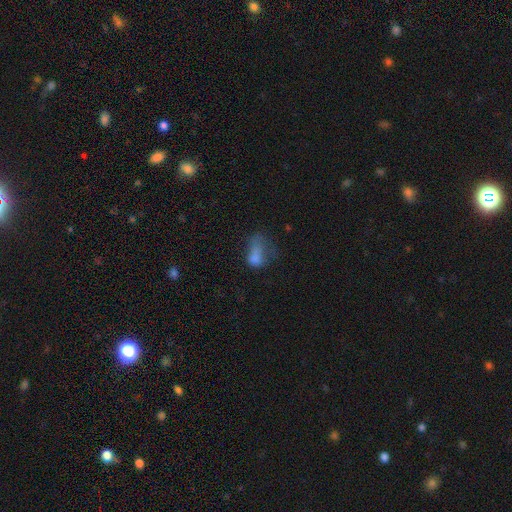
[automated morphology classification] smooth-or-featured: smooth: 65% | featured or disk: 20% | star or artifact: 15%
  how-rounded: in between: 81% | round: 16% | cigar-shaped: 3%
  merging: major disturbance: 48% | minor disturbance: 21% | none: 19% | merger: 12%